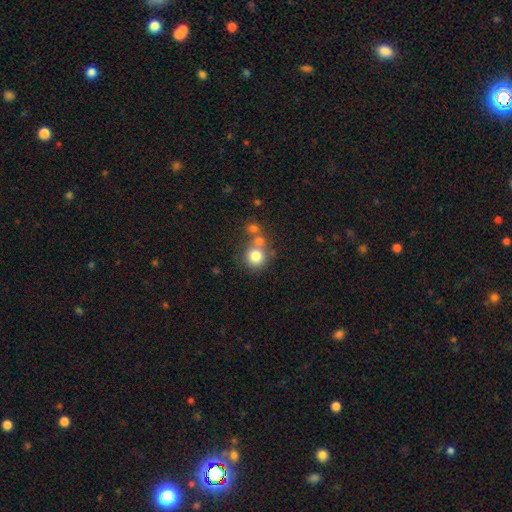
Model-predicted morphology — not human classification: smooth 77%, featured or disk 11%, star or artifact 11%. Down the decision tree: how rounded — round (87%); merging — none (52%).